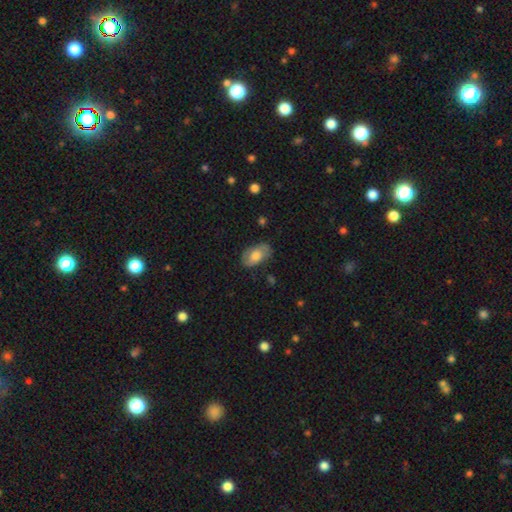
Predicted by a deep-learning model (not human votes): smooth_or_featured: smooth (p=0.67) [alt: featured or disk p=0.26]
how_rounded: in between (p=0.92) [alt: round p=0.06]
merging: none (p=0.73) [alt: minor disturbance p=0.20]